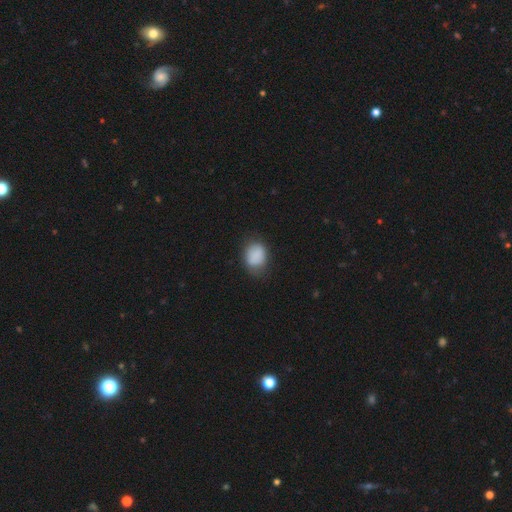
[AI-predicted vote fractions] smooth 85%, star or artifact 8%, featured or disk 7%. Down the decision tree: how rounded — in between (55%); merging — none (66%).